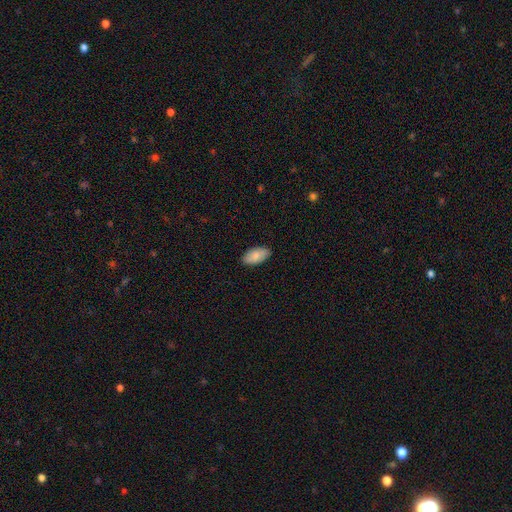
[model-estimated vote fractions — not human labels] Overall: smooth (84%). How rounded: in between (95%). Merging: none (87%).